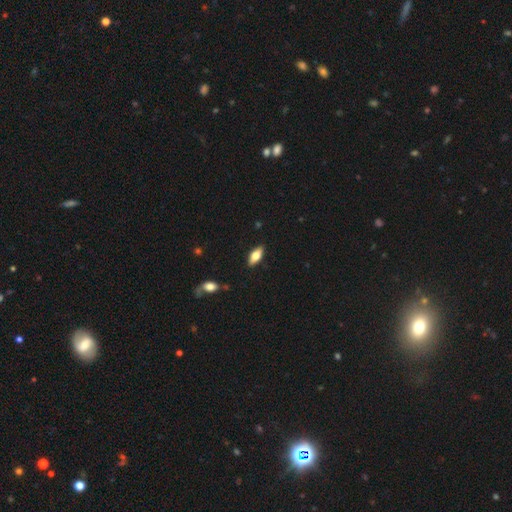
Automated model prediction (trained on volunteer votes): Smooth or featured: smooth — 63% (featured or disk — 30%)
How rounded: in between — 78% (cigar-shaped — 20%)
Merging: none — 88% (minor disturbance — 9%)